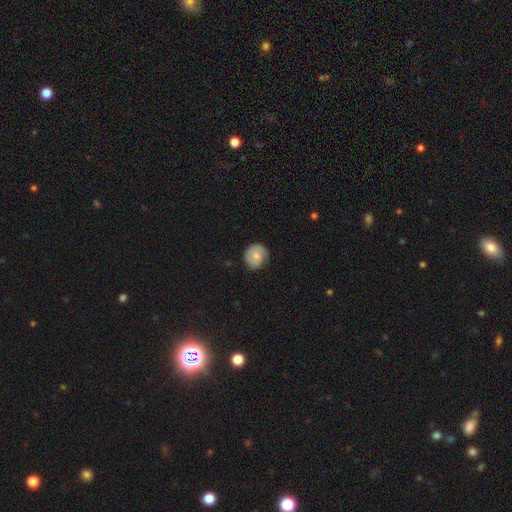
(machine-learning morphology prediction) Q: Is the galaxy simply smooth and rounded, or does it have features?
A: smooth — 63%.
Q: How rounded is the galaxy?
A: round — 86%.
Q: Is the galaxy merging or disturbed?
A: none — 77%.